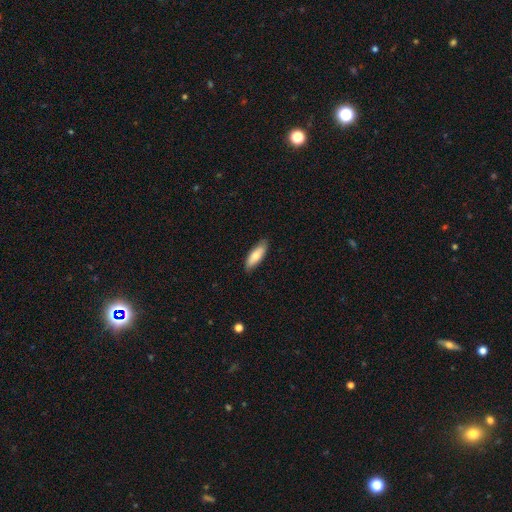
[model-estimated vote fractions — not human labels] smooth 78%, featured or disk 16%, star or artifact 6%. Down the decision tree: how rounded — in between (59%); merging — none (85%).